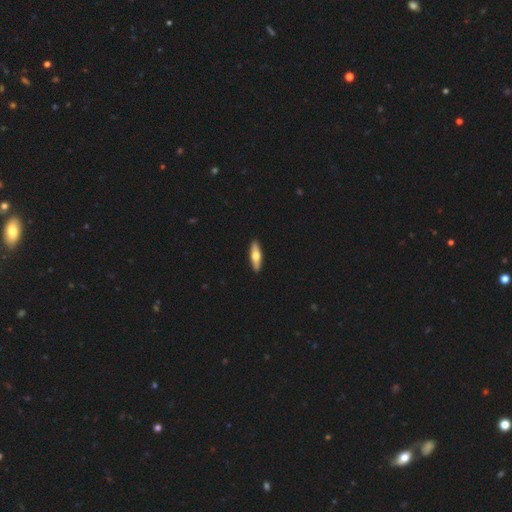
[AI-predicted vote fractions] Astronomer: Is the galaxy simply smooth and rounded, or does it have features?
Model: smooth — 56% (runner-up: featured or disk, 39%).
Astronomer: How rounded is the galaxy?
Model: cigar-shaped — 64%.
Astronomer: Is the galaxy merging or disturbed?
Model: none — 92%.